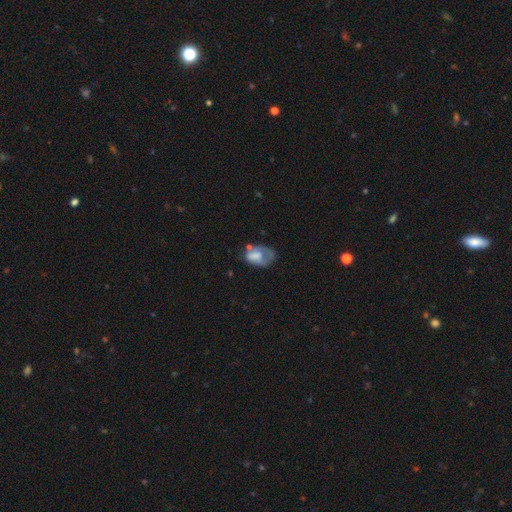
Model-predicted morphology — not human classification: A smooth galaxy with no disk features (55%) that is in between round and cigar-shaped (82%). Merging: none (32%, tied with major disturbance).